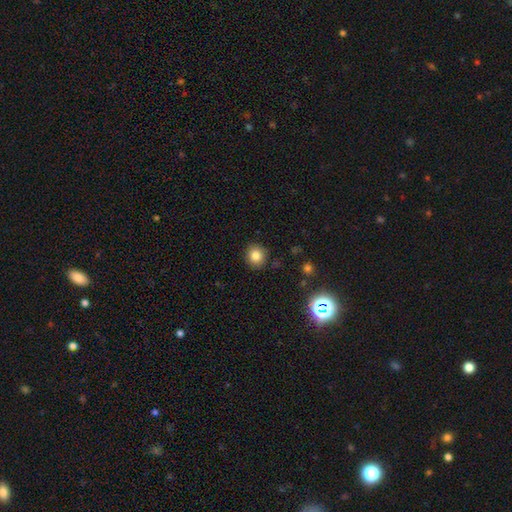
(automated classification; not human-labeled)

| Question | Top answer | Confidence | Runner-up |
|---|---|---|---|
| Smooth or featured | smooth | 81% | star or artifact (12%) |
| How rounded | round | 89% | in between (10%) |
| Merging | none | 89% | minor disturbance (8%) |